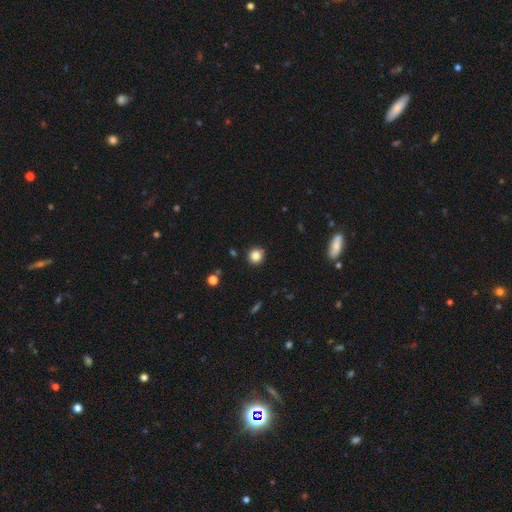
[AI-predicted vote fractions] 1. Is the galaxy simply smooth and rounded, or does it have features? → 83% smooth, 12% star or artifact, 5% featured or disk.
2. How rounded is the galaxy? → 92% round, 7% in between, 1% cigar-shaped.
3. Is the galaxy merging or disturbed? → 89% none, 7% minor disturbance, 2% major disturbance, 2% merger.